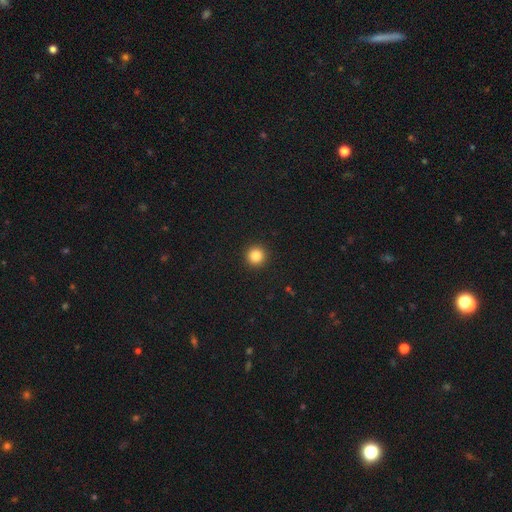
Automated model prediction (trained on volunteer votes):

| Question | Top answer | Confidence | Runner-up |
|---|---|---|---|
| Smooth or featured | smooth | 85% | star or artifact (11%) |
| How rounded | round | 96% | in between (3%) |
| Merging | none | 93% | minor disturbance (4%) |